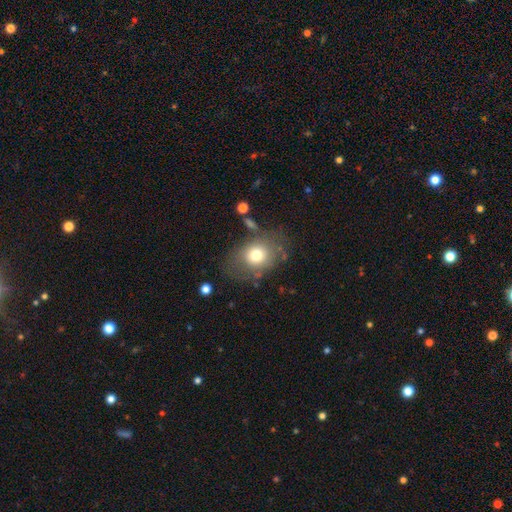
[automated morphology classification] type=smooth (68%); roundness=in between (58%); merging=none (67%).